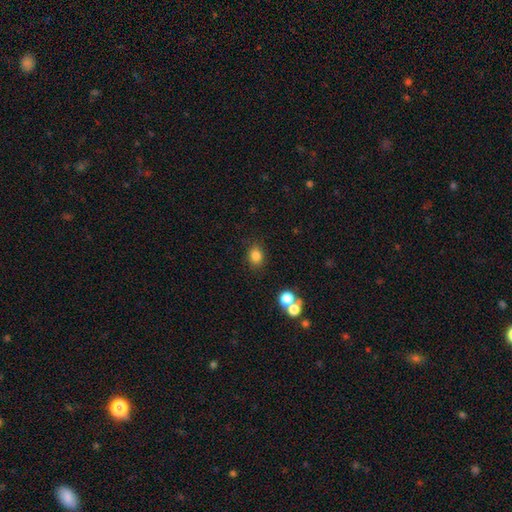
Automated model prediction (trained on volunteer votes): Smooth or featured: smooth — 83% (star or artifact — 12%)
How rounded: round — 50% (in between — 49%)
Merging: none — 83% (minor disturbance — 10%)